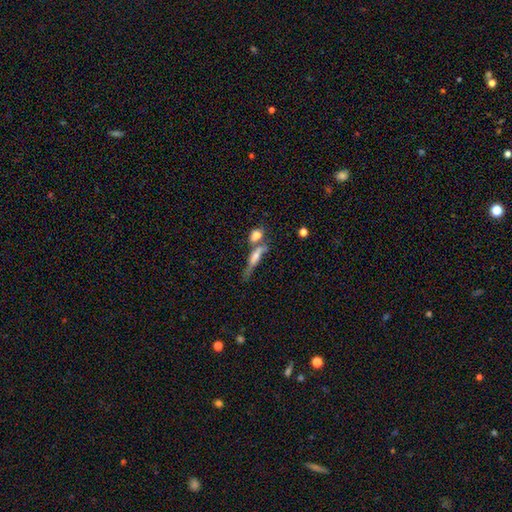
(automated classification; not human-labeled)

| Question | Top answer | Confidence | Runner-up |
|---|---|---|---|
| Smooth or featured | featured or disk | 48% | smooth (40%) |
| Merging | none | 41% | merger (34%) |